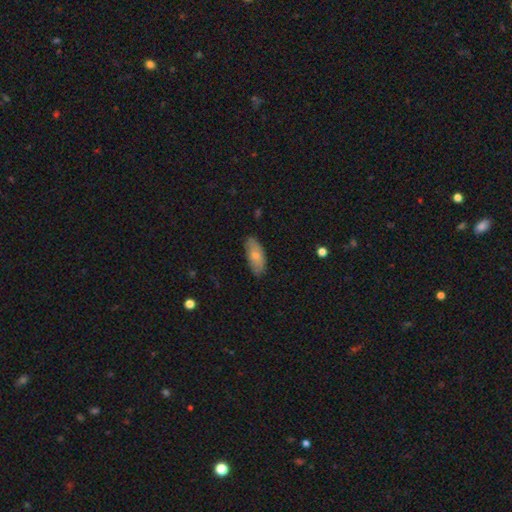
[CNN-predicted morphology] A smooth galaxy with no disk features (73%) that is in between round and cigar-shaped (89%).

Vote fractions:
- Smooth or featured? smooth: 73% / featured or disk: 21% / star or artifact: 6%
- How rounded? in between: 89% / cigar-shaped: 9% / round: 3%
- Merging? none: 78% / minor disturbance: 18% / major disturbance: 3% / merger: 1%